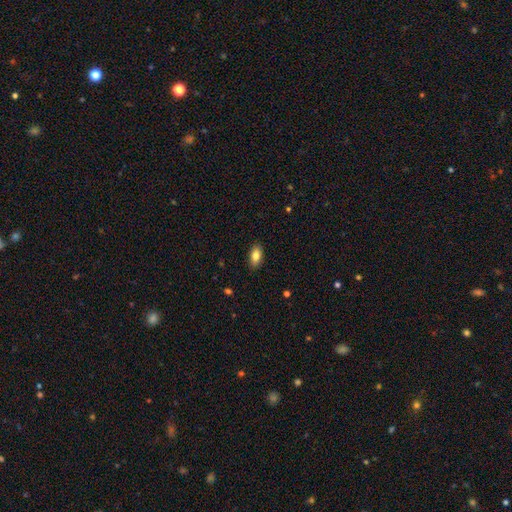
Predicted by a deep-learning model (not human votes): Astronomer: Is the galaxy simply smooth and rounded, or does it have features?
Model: smooth — 84%.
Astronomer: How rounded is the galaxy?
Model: in between — 91%.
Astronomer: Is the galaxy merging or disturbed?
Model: none — 89%.